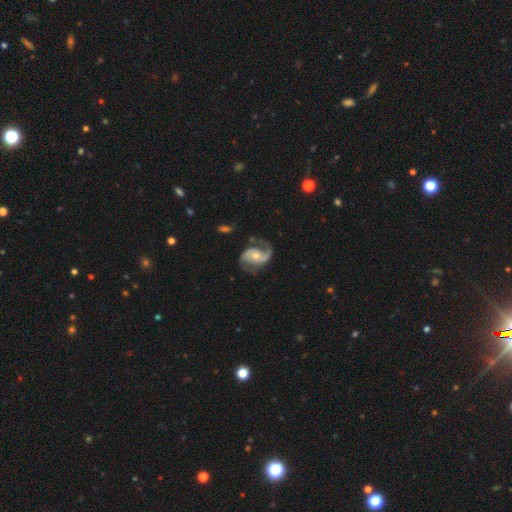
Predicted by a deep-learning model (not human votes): This appears to be a featured or disk galaxy (89%) with no bar (57%), 2 (79%) medium (48%) spiral arms (97%) and a moderate central bulge (57%). Merging: none (64%).